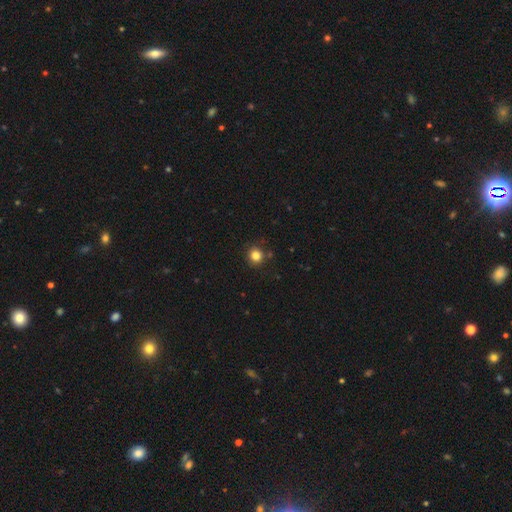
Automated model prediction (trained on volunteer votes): Smooth or featured: smooth — 82% (star or artifact — 13%)
How rounded: round — 89% (in between — 10%)
Merging: none — 87% (minor disturbance — 8%)